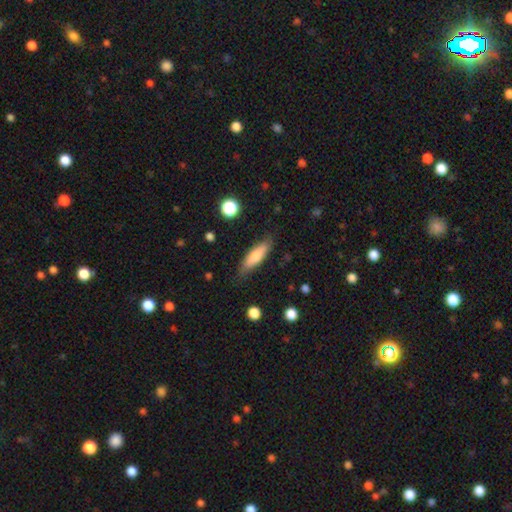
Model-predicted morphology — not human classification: type=smooth (71%); roundness=cigar-shaped (53%); merging=none (78%).